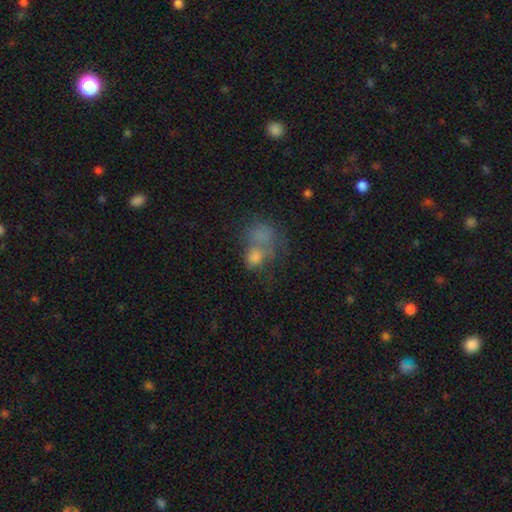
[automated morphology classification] Q: Smooth or featured?
A: smooth (62%); runner-up: featured or disk (23%)
Q: How rounded?
A: round (49%); tied with: in between (49%)
Q: Merging?
A: merger (51%); runner-up: none (22%)